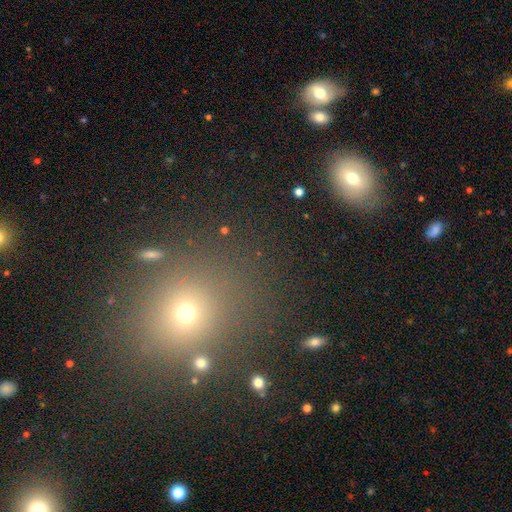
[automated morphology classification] smooth-or-featured: smooth: 55% | star or artifact: 35% | featured or disk: 10%
  how-rounded: round: 74% | in between: 24% | cigar-shaped: 1%
  merging: none: 82% | minor disturbance: 8% | merger: 5% | major disturbance: 4%